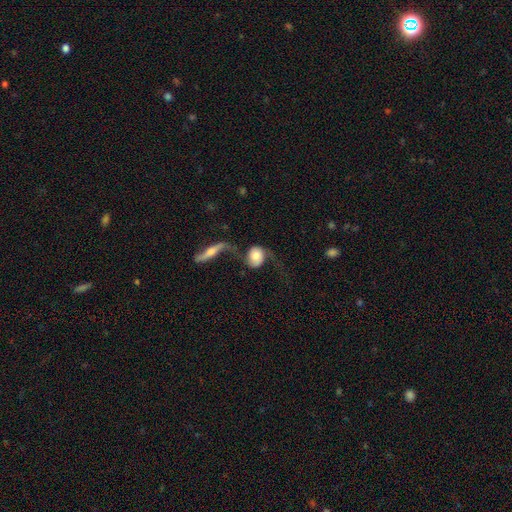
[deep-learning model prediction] smooth 50%, featured or disk 43%, star or artifact 7%. Down the decision tree: how rounded — round (52%); merging — merger (36%).